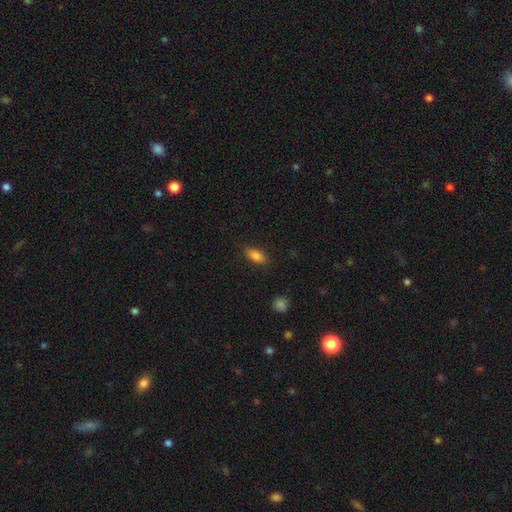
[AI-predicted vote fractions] Morphology: type=smooth (85%); roundness=in between (89%); merging=none (85%).